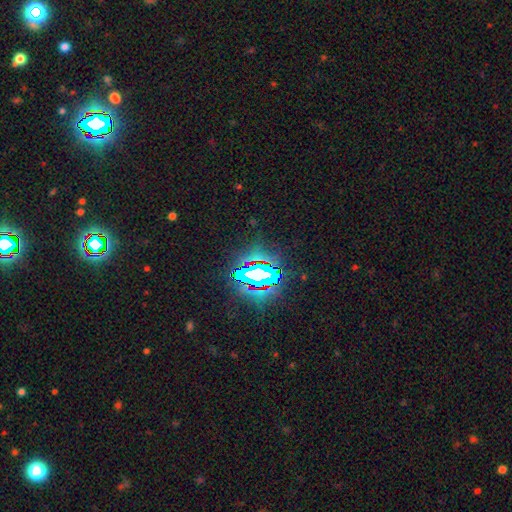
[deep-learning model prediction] Morphology: type=star or artifact (84%).